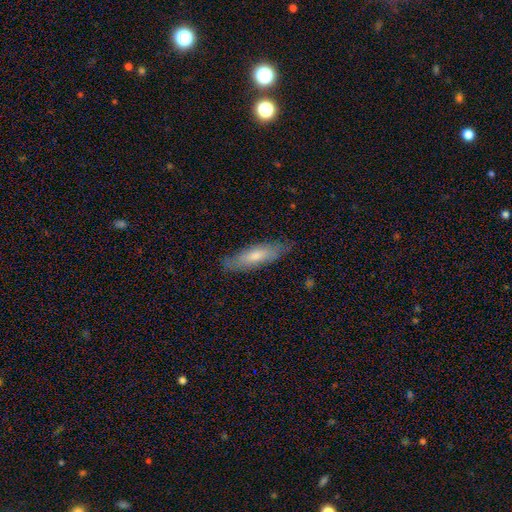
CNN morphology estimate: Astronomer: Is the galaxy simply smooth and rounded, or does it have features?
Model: smooth — 63%.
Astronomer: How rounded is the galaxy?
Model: cigar-shaped — 68%.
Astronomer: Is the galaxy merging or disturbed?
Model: none — 81%.